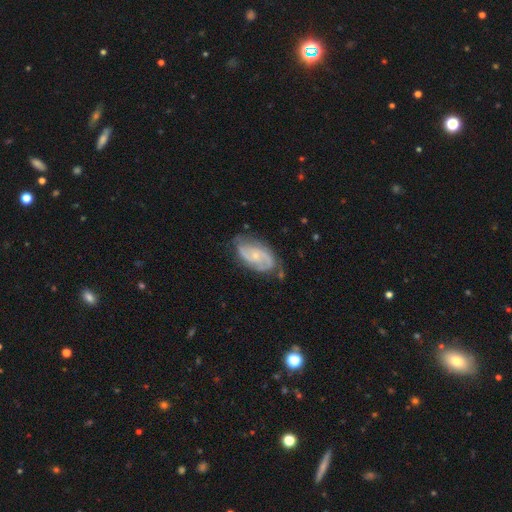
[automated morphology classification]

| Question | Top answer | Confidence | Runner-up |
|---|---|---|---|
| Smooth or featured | featured or disk | 80% | smooth (14%) |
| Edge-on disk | no | 96% | yes (4%) |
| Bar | no | 63% | weak (31%) |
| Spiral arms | yes | 94% | no (6%) |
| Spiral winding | medium | 46% | tight (35%) |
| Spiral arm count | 2 | 65% | can't tell (15%) |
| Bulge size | small | 72% | moderate (23%) |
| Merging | none | 66% | minor disturbance (24%) |